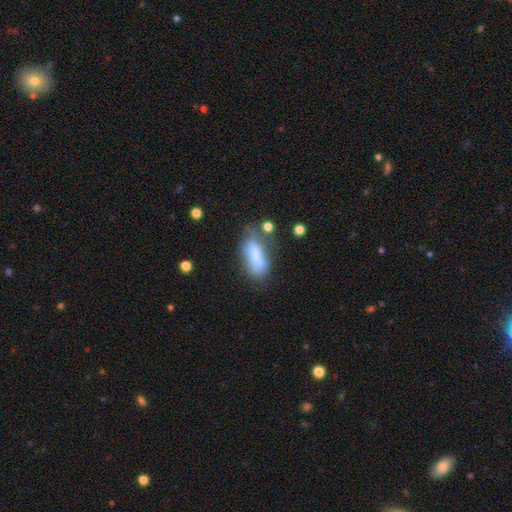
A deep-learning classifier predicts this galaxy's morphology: type=smooth (64%); roundness=in between (71%); merging=none (41%).